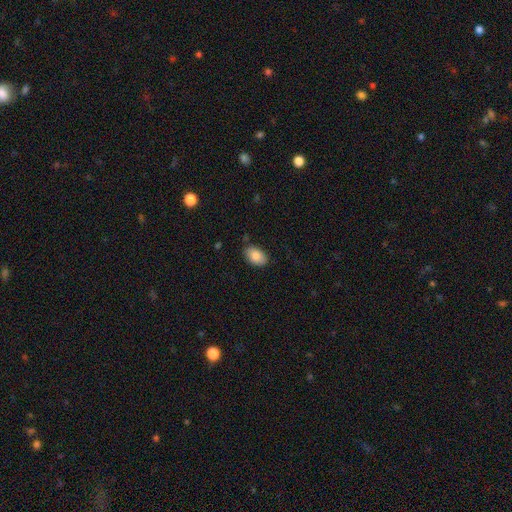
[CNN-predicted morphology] The model was most divided on "merging": none: 82%, minor disturbance: 14%, major disturbance: 2%, merger: 2%. More confident: how rounded — in between (89%); smooth or featured — smooth (85%).